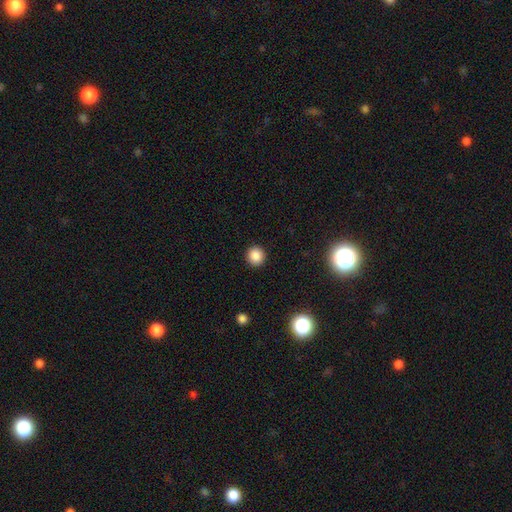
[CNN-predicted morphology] Overall: smooth (86%). How rounded: round (93%). Merging: none (92%).